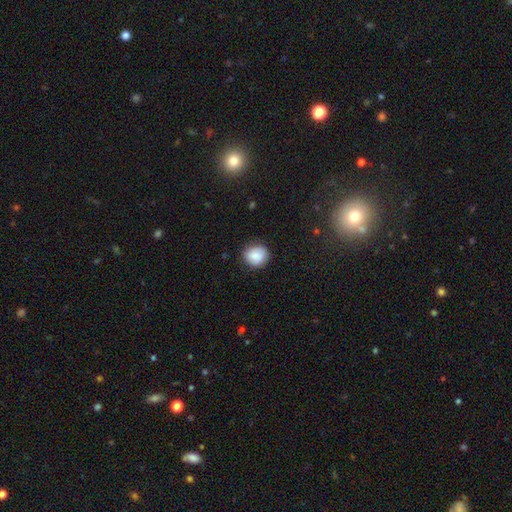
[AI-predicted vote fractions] This is clearly a smooth galaxy (85%). How rounded: likely round (80%). Merging: clearly none (84%).